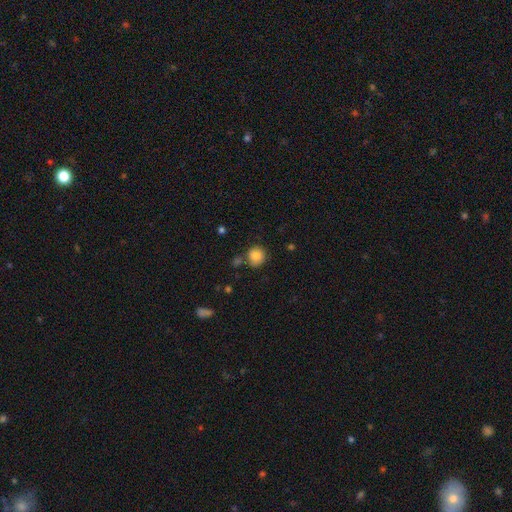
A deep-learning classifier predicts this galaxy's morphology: Overall: smooth (83%). How rounded: round (88%). Merging: none (72%).